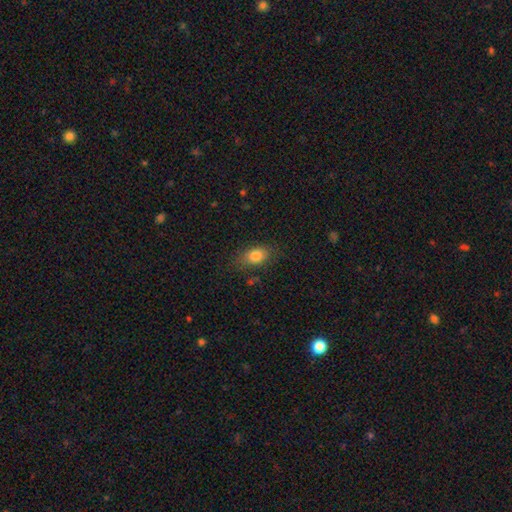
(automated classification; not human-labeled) smooth_or_featured: smooth (p=0.81) [alt: featured or disk p=0.10]
how_rounded: in between (p=0.80) [alt: round p=0.16]
merging: none (p=0.77) [alt: minor disturbance p=0.16]